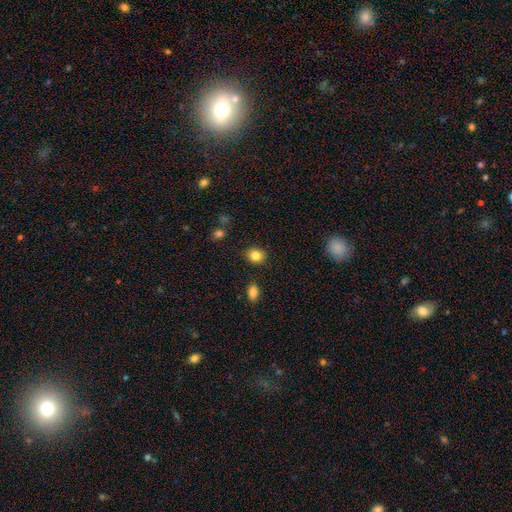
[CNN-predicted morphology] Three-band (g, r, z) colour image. It shows a smooth galaxy with no disk features (84%) that is round (64%). Merging: none (88%).